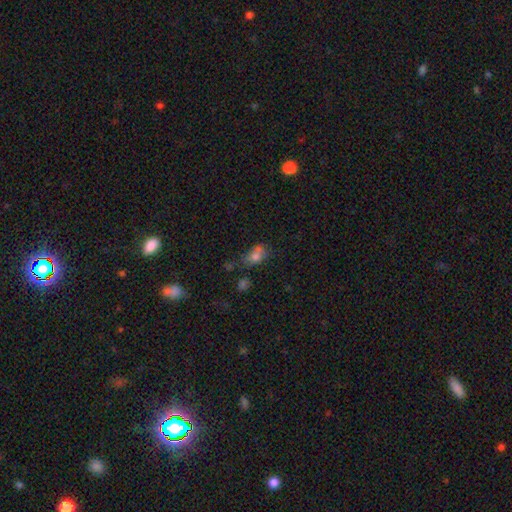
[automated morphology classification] Q: Smooth or featured?
A: smooth (71%); runner-up: featured or disk (15%)
Q: How rounded?
A: in between (67%); runner-up: round (30%)
Q: Merging?
A: none (34%); runner-up: merger (33%)